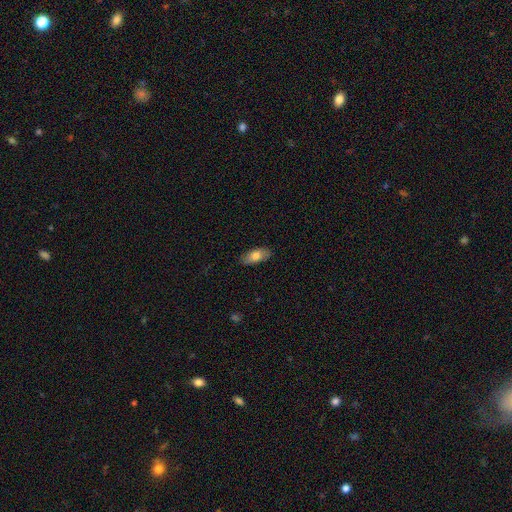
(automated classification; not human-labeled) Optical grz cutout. It shows a smooth galaxy with no disk features (76%) that is in between round and cigar-shaped (84%). Merging: none (85%).